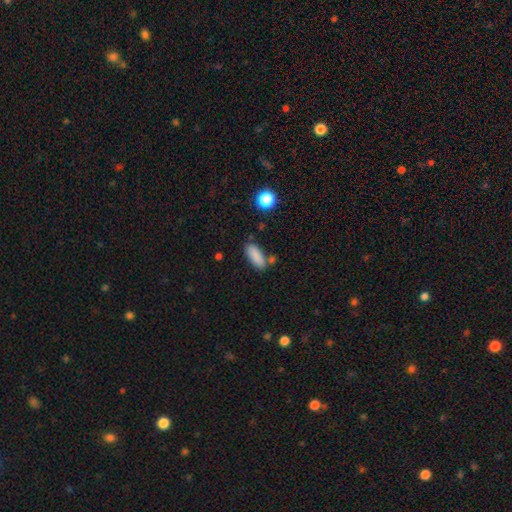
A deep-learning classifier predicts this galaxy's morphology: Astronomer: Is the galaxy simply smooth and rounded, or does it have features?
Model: smooth — 86%.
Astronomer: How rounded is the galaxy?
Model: in between — 73%.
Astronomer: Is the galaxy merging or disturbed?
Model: none — 72%.